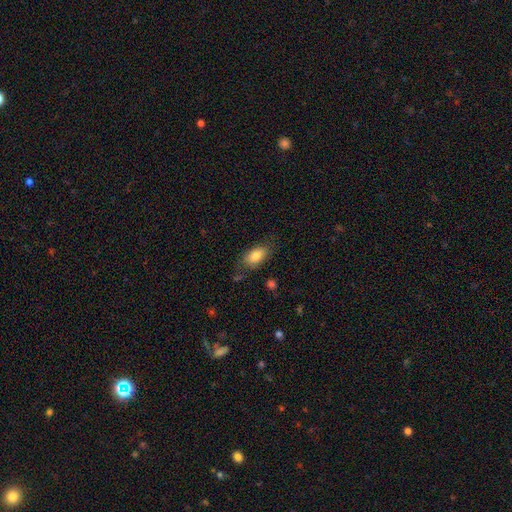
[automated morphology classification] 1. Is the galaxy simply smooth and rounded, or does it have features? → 83% smooth, 9% featured or disk, 7% star or artifact.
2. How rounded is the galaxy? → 91% in between, 5% round, 4% cigar-shaped.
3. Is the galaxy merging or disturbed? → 73% none, 19% minor disturbance, 6% major disturbance, 3% merger.